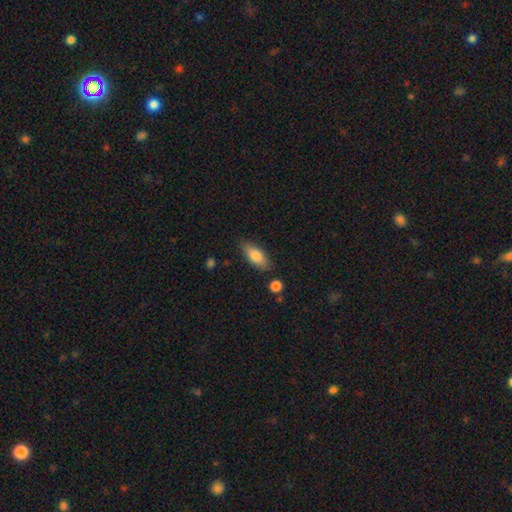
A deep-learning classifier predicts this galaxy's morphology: Overall: smooth (79%). How rounded: in between (81%). Merging: none (81%).